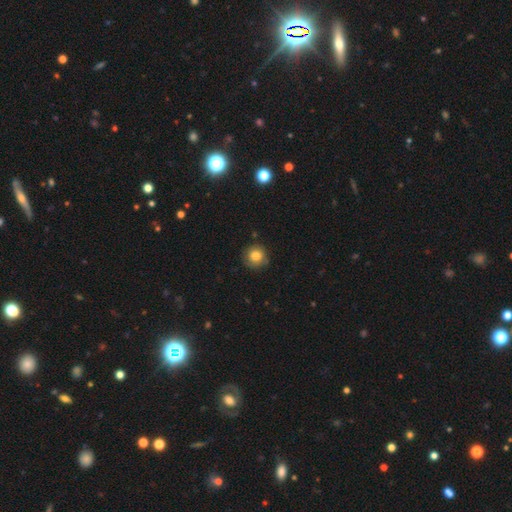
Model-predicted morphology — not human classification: smooth 81%, star or artifact 10%, featured or disk 9%. Down the decision tree: how rounded — round (93%); merging — none (83%).